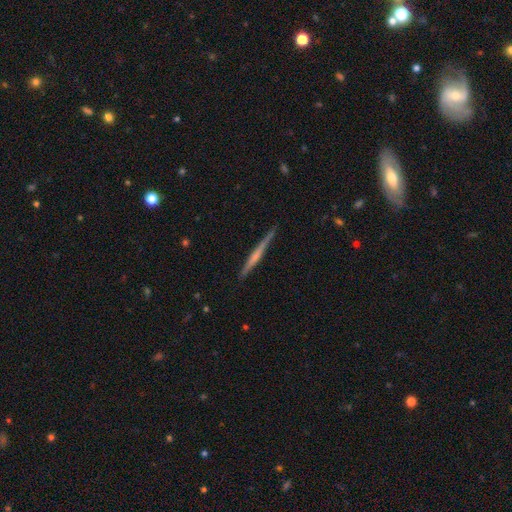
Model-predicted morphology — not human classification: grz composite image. It shows a featured or disk galaxy (65%) viewed edge-on (98%) with no central bulge (48%). Merging: none (88%).